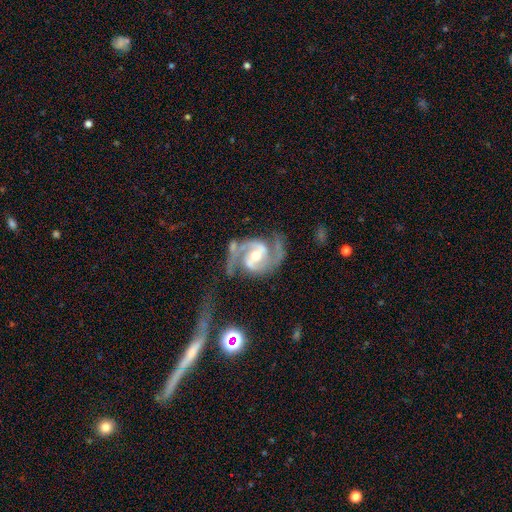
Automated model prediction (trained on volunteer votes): Morphology: type=featured or disk (93%); edge-on=no (98%); bar=weak (44%); spiral arms=yes (98%); winding=medium (62%); arm count=2 (92%); bulge=moderate (66%); merging=none (64%).